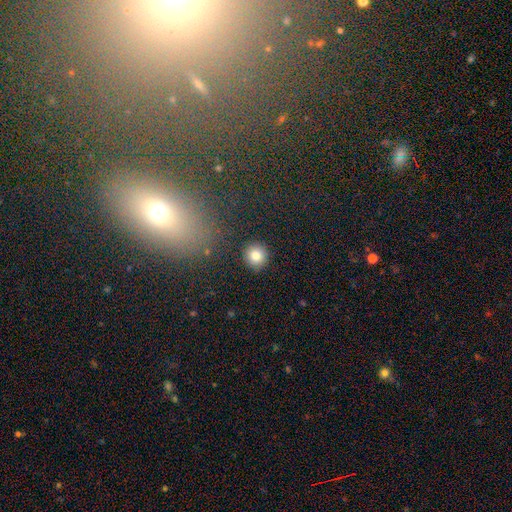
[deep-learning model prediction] This is clearly a smooth galaxy (82%). How rounded: clearly round (93%). Merging: clearly none (91%).